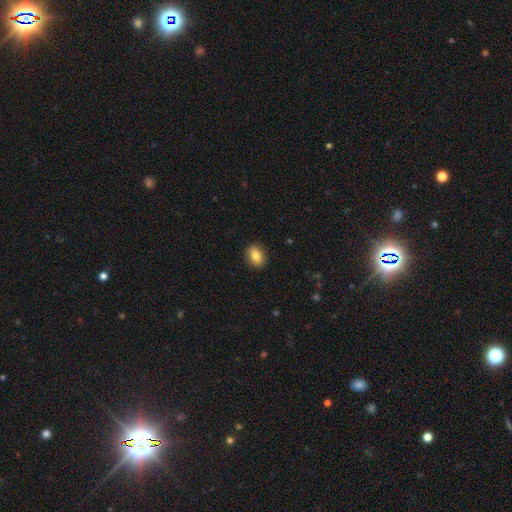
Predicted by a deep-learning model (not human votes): smooth_or_featured: smooth (p=0.80) [alt: featured or disk p=0.11]
how_rounded: in between (p=0.66) [alt: round p=0.32]
merging: none (p=0.89) [alt: minor disturbance p=0.08]